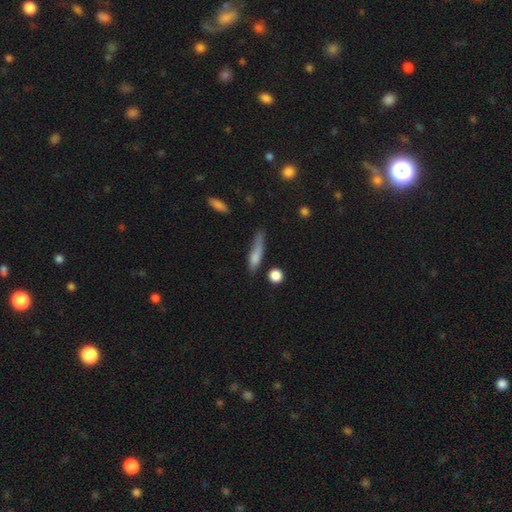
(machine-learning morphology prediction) type=smooth (74%); roundness=cigar-shaped (74%); merging=none (44%).